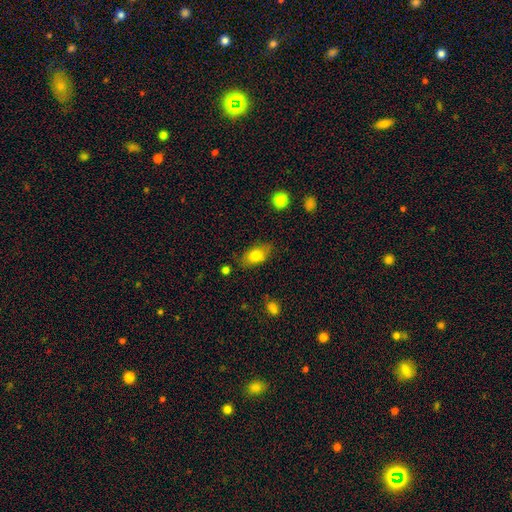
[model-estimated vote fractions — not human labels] smooth-or-featured: smooth: 78% | featured or disk: 14% | star or artifact: 8%
  how-rounded: in between: 86% | round: 10% | cigar-shaped: 4%
  merging: none: 76% | minor disturbance: 18% | major disturbance: 4% | merger: 2%